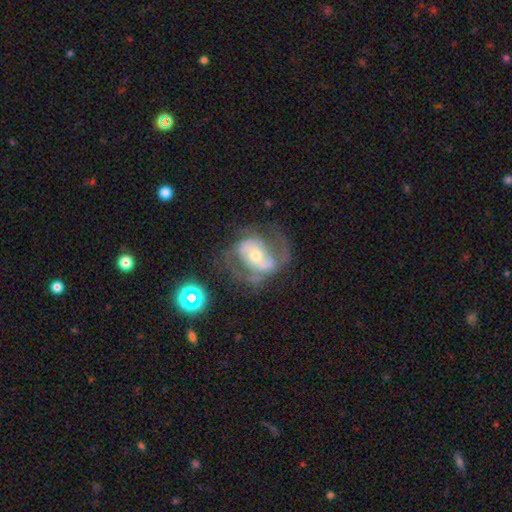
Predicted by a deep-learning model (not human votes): This appears to be a featured or disk galaxy (79%) with no bar (46%), 2 (73%) medium (49%) spiral arms (86%) and a moderate central bulge (49%). Merging: none (53%).